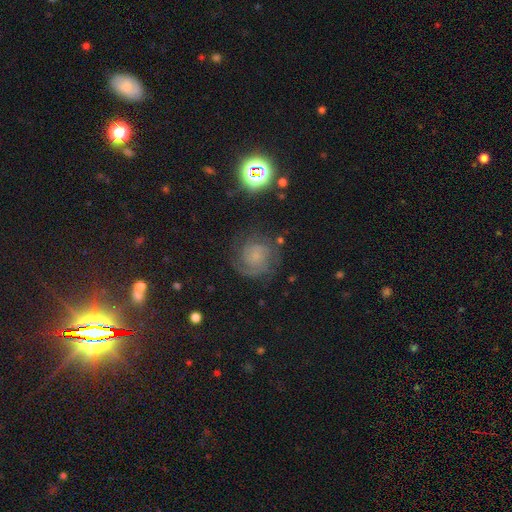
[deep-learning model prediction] Morphology: type=featured or disk (70%); edge-on=no (98%); bar=no (73%); spiral arms=yes (94%); winding=tight (58%); arm count=2 (46%); bulge=small (53%); merging=none (72%).